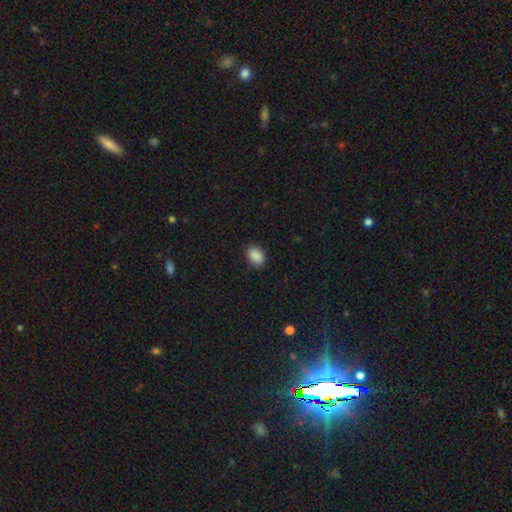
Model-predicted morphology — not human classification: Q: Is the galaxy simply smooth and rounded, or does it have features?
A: smooth — 89%.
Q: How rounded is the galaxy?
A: in between — 83%.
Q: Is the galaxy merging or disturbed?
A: none — 85%.